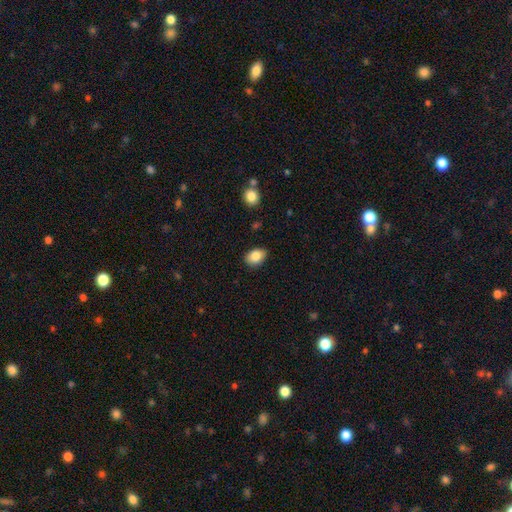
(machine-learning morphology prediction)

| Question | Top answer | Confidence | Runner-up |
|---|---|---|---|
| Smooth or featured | smooth | 85% | star or artifact (8%) |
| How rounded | in between | 79% | round (19%) |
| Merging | none | 84% | minor disturbance (12%) |